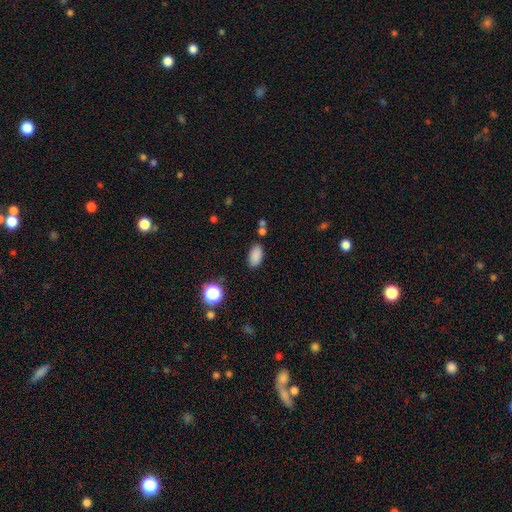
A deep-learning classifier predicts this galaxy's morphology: This appears to be a smooth galaxy with no disk features (85%) that is in between round and cigar-shaped (92%). Merging: none (82%).